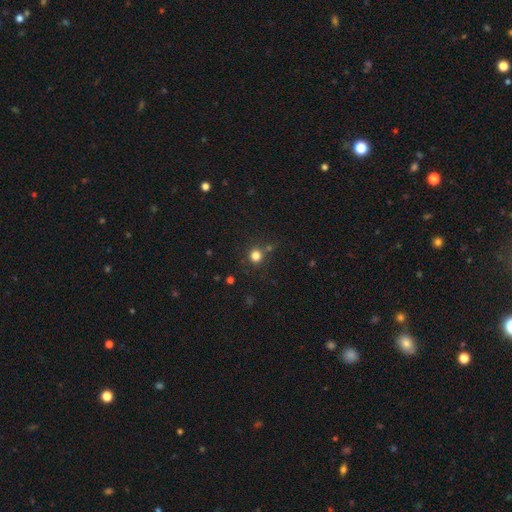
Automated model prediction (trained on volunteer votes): Smooth or featured: smooth — 80% (star or artifact — 15%)
How rounded: round — 92% (in between — 7%)
Merging: none — 77% (merger — 10%)